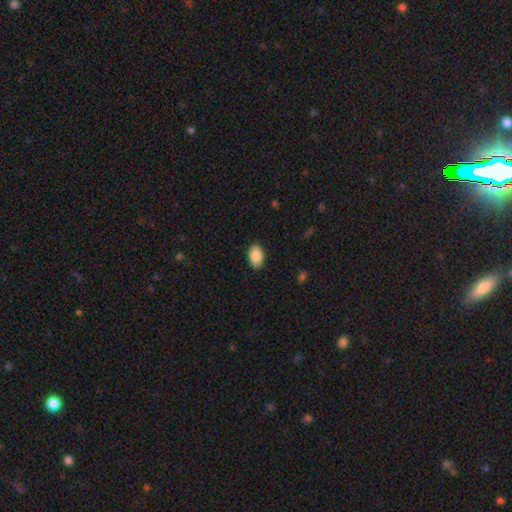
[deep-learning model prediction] This is clearly a smooth galaxy (88%). How rounded: clearly in between (92%). Merging: clearly none (87%).